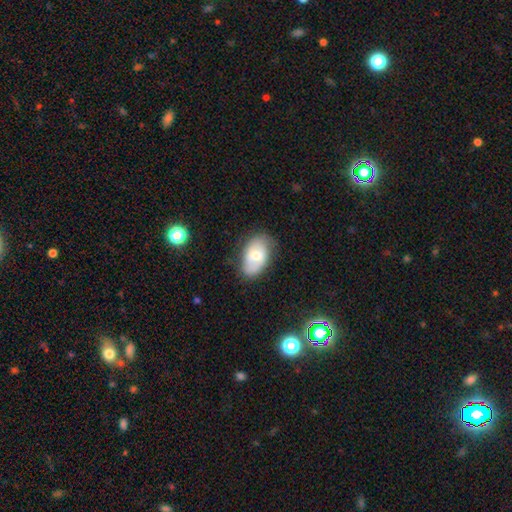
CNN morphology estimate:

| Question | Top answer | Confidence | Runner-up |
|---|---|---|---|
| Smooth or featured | smooth | 55% | featured or disk (38%) |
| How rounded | in between | 91% | round (8%) |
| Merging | none | 70% | minor disturbance (22%) |